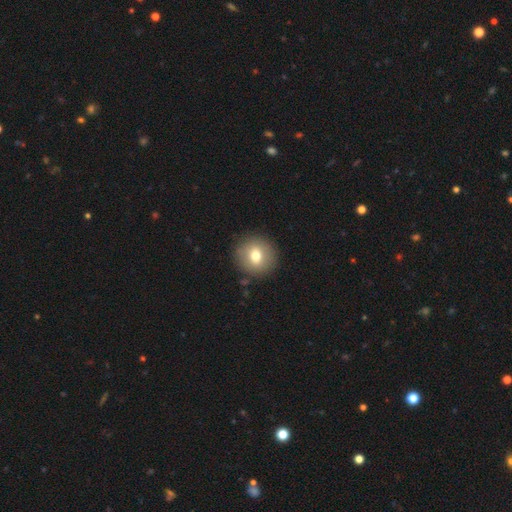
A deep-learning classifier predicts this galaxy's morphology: A smooth galaxy with no disk features (70%) that is round (90%). Merging: none (89%).